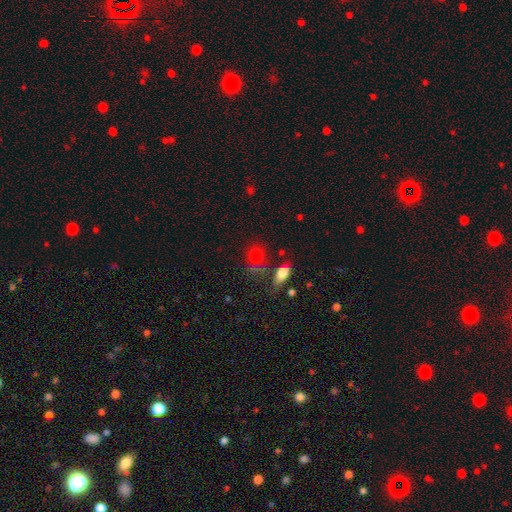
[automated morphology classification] smooth 74%, star or artifact 17%, featured or disk 9%. Down the decision tree: how rounded — round (68%); merging — none (59%).